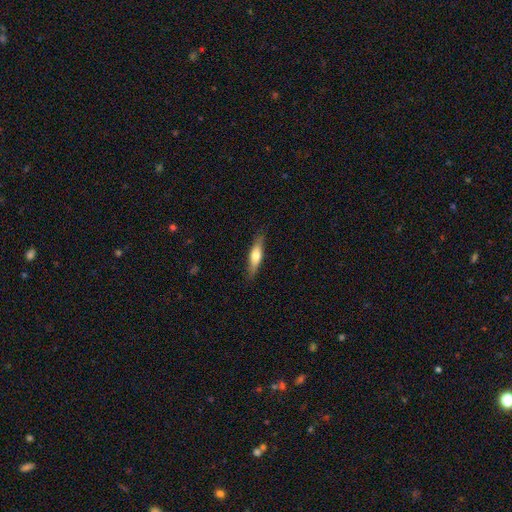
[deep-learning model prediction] The model was most divided on "smooth or featured": smooth: 57%, featured or disk: 38%, star or artifact: 6%. More confident: merging — none (84%); how rounded — cigar-shaped (71%).